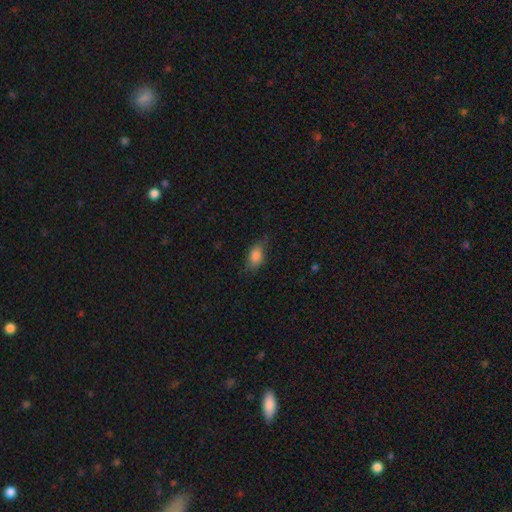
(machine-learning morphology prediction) Smooth or featured: smooth — 83% (star or artifact — 9%)
How rounded: in between — 87% (round — 9%)
Merging: none — 63% (minor disturbance — 27%)